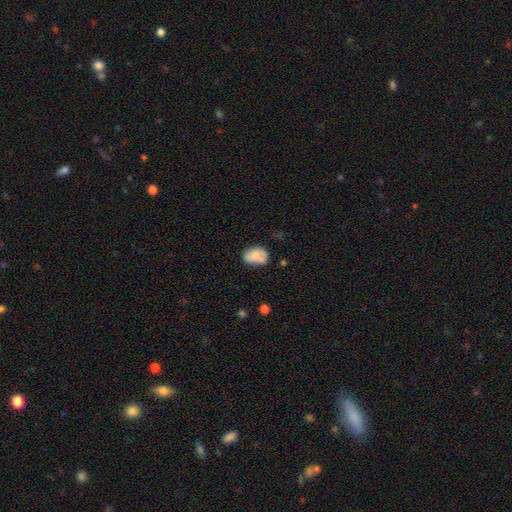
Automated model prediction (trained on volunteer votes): Smooth or featured?
  - smooth: 73% *
  - featured or disk: 19%
  - star or artifact: 9%
How rounded?
  - in between: 77% *
  - round: 22%
  - cigar-shaped: 1%
Merging?
  - none: 56% *
  - minor disturbance: 29%
  - major disturbance: 9%
  - merger: 6%